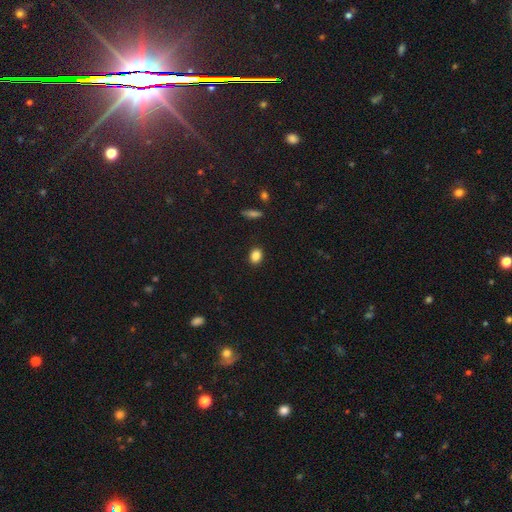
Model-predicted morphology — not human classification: type=smooth (86%); roundness=in between (63%); merging=none (89%).